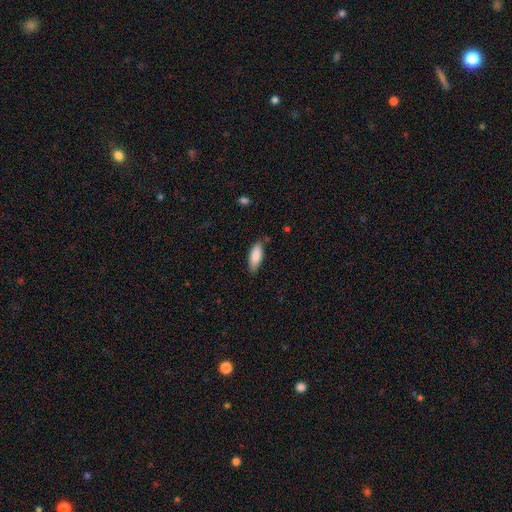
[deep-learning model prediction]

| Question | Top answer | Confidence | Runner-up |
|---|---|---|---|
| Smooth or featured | smooth | 87% | featured or disk (7%) |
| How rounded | in between | 74% | cigar-shaped (24%) |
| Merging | none | 80% | minor disturbance (15%) |